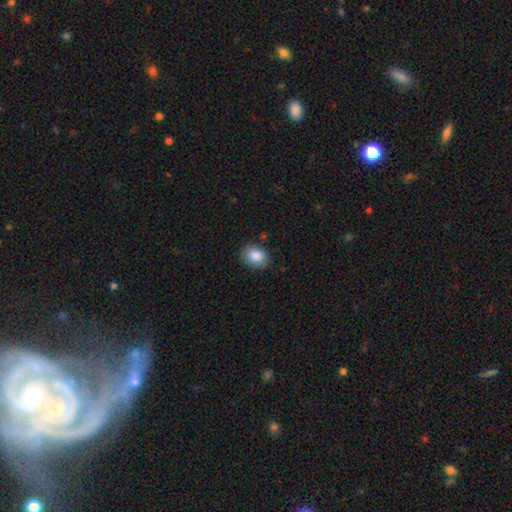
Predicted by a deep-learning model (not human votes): smooth_or_featured: smooth (p=0.86) [alt: star or artifact p=0.08]
how_rounded: in between (p=0.66) [alt: round p=0.33]
merging: none (p=0.84) [alt: minor disturbance p=0.12]